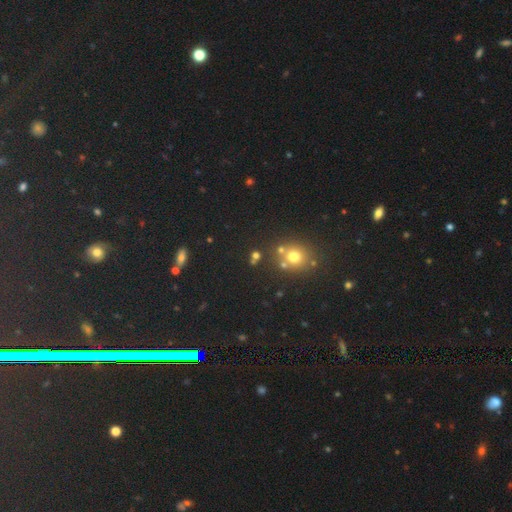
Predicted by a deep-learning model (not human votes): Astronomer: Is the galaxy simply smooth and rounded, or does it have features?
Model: smooth — 59%.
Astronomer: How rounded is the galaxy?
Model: round — 79%.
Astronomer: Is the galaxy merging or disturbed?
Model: none — 69%.